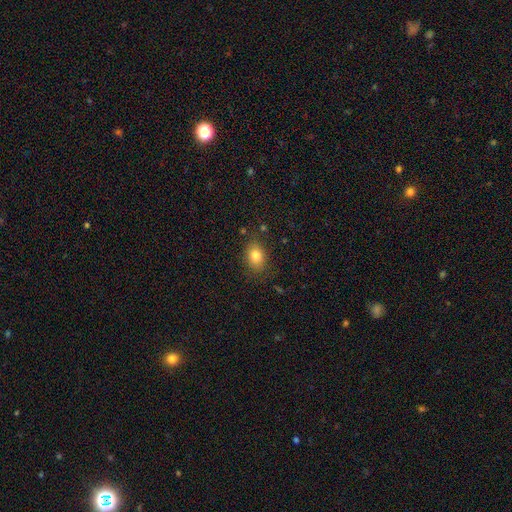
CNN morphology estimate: Smooth or featured? smooth (82%)
How rounded? in between (71%)
Merging? none (81%)